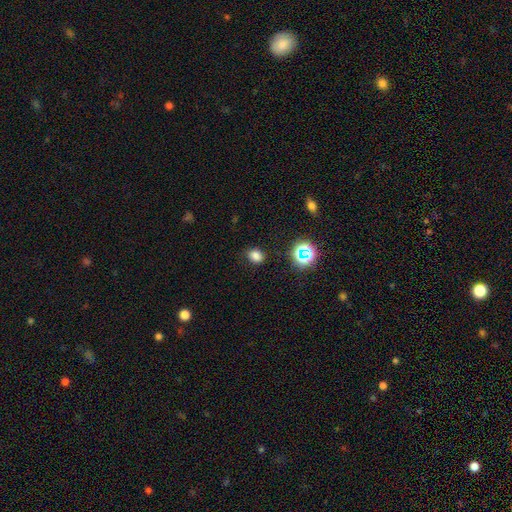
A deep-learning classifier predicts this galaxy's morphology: The model was most divided on "how rounded": in between: 55%, round: 44%, cigar-shaped: 1%. More confident: merging — none (83%); smooth or featured — smooth (76%).